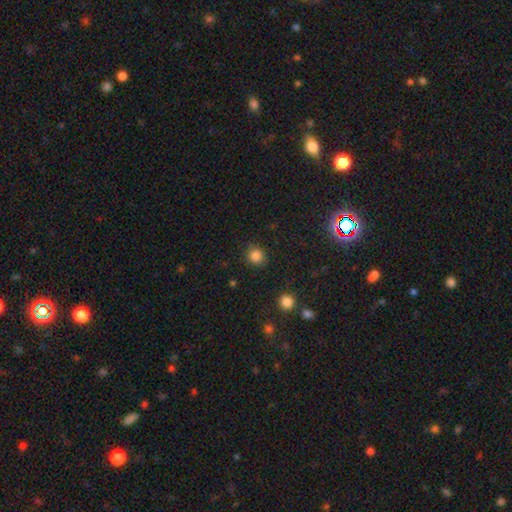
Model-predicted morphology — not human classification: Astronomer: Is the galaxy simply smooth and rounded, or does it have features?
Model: smooth — 84%.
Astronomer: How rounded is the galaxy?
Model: round — 86%.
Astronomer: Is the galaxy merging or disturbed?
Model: none — 86%.